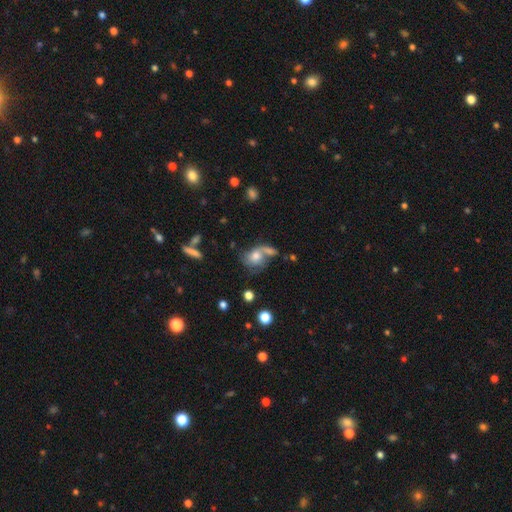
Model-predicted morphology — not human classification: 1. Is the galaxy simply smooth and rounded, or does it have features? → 53% smooth, 35% featured or disk, 11% star or artifact.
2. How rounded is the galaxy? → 50% in between, 47% round, 2% cigar-shaped.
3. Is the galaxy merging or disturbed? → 41% merger, 30% none, 15% major disturbance, 15% minor disturbance.